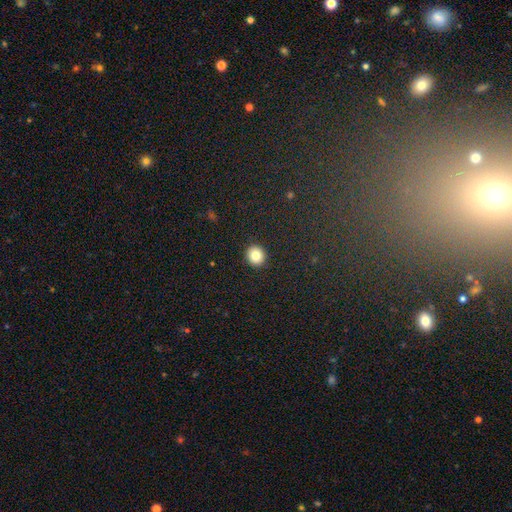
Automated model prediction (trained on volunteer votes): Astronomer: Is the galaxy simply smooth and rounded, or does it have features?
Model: smooth — 83%.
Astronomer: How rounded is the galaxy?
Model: round — 88%.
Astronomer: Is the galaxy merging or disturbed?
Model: none — 93%.